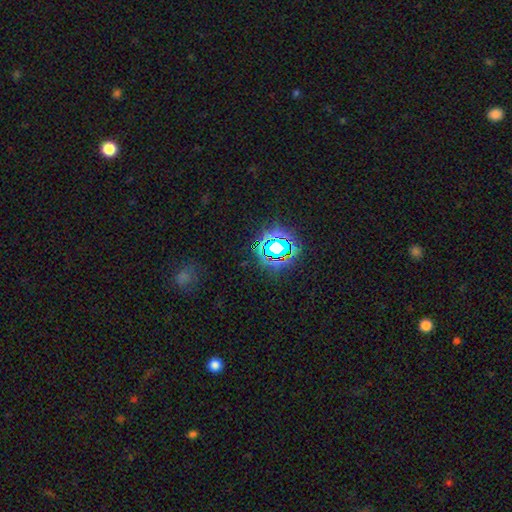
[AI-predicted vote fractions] A star or artifact, not a galaxy (74%).

Vote fractions:
- Smooth or featured? star or artifact: 74% / smooth: 18% / featured or disk: 7%